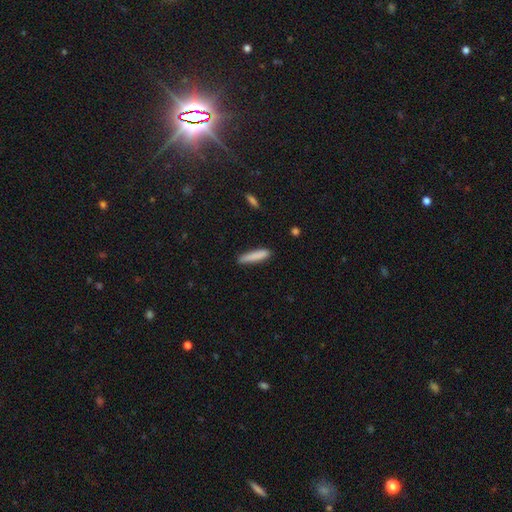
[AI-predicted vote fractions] smooth-or-featured: smooth: 85% | featured or disk: 9% | star or artifact: 6%
  how-rounded: cigar-shaped: 86% | in between: 13% | round: 1%
  merging: none: 84% | minor disturbance: 12% | major disturbance: 2% | merger: 2%